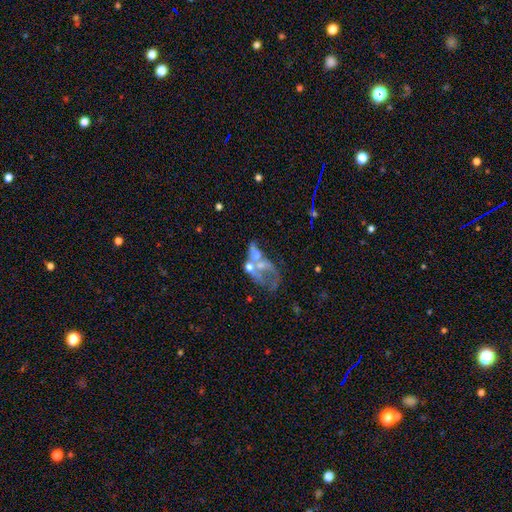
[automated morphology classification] type=featured or disk (59%); edge-on=no (97%); bar=no (84%); spiral arms=no (78%); bulge=none (39%); merging=merger (41%).